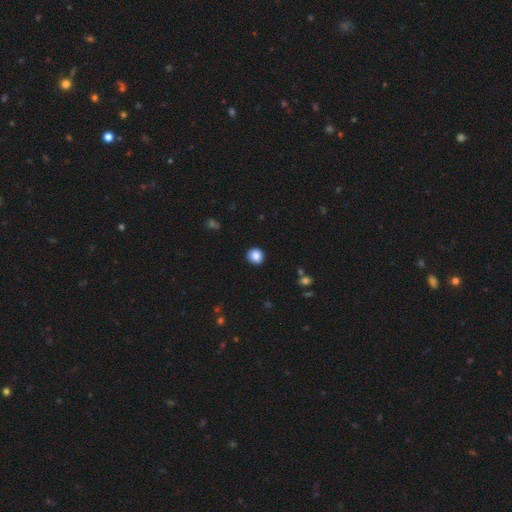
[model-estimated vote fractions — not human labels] Smooth or featured?
  - smooth: 86% *
  - star or artifact: 9%
  - featured or disk: 5%
How rounded?
  - round: 87% *
  - in between: 12%
  - cigar-shaped: 1%
Merging?
  - none: 91% *
  - minor disturbance: 6%
  - major disturbance: 2%
  - merger: 1%